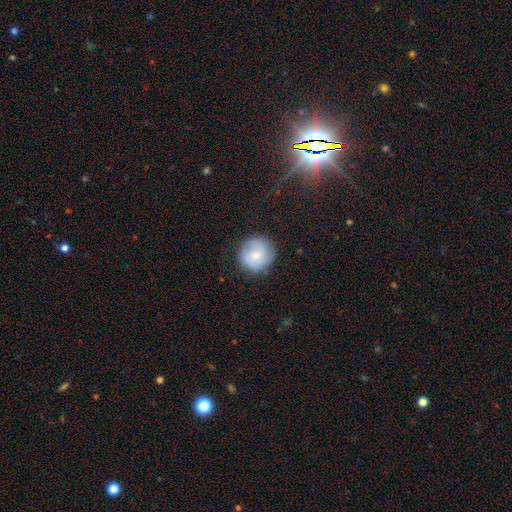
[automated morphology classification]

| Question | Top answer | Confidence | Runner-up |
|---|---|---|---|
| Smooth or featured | smooth | 59% | featured or disk (34%) |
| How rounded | round | 92% | in between (7%) |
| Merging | none | 79% | minor disturbance (15%) |